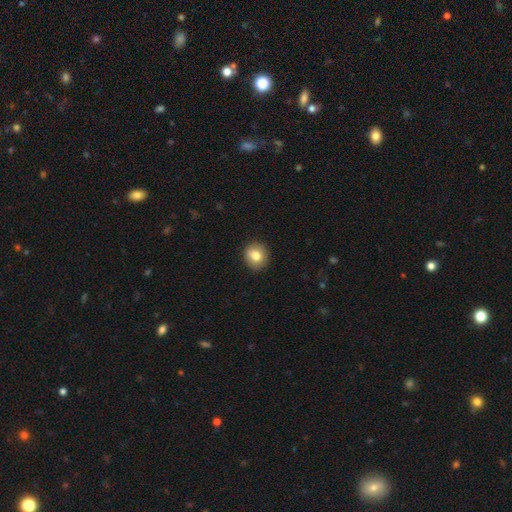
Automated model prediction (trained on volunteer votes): This is clearly a smooth galaxy (80%). How rounded: likely round (77%). Merging: clearly none (88%).